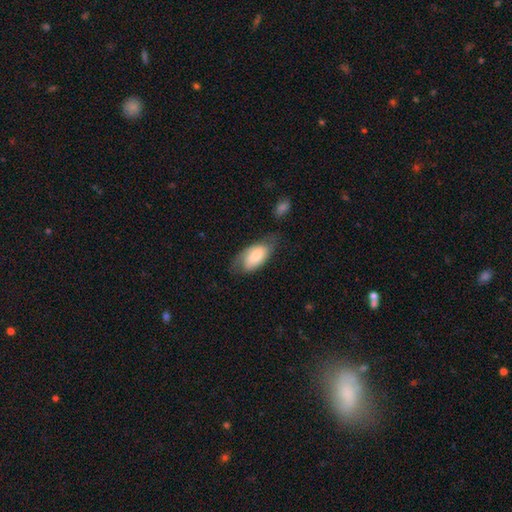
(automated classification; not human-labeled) Smooth or featured? Predicted: smooth (p=0.68). How rounded? Predicted: in between (p=0.92). Merging? Predicted: none (p=0.49).